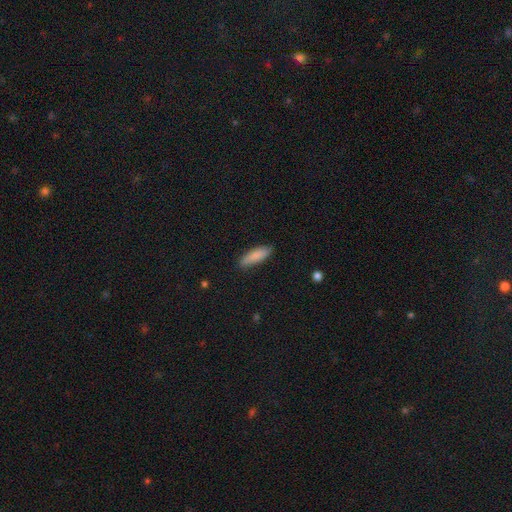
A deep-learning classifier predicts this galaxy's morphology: A smooth galaxy with no disk features (87%) that is in between round and cigar-shaped (51%). Merging: none (84%).